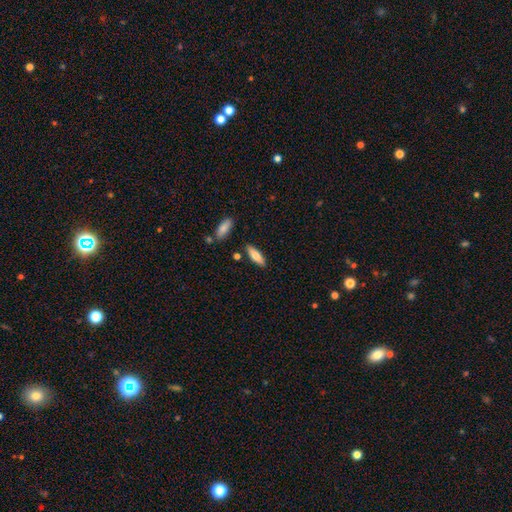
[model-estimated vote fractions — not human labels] smooth_or_featured: smooth (p=0.75) [alt: featured or disk p=0.19]
how_rounded: cigar-shaped (p=0.49) [tied with: in between p=0.49]
merging: none (p=0.85) [alt: minor disturbance p=0.10]